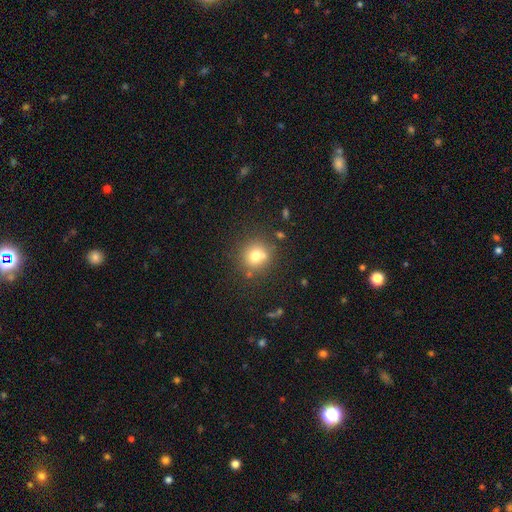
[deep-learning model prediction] Smooth or featured? Predicted: smooth (p=0.73). How rounded? Predicted: round (p=0.89). Merging? Predicted: none (p=0.71).